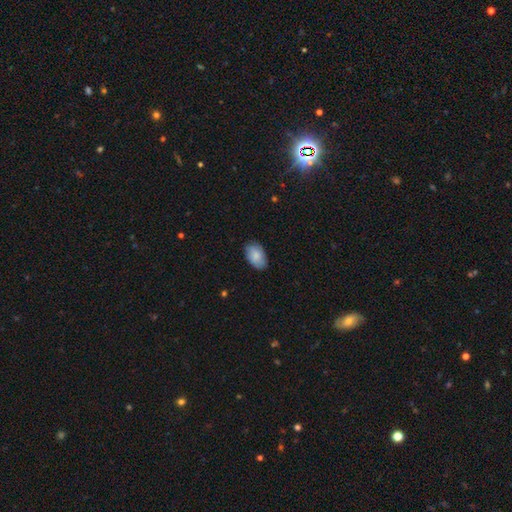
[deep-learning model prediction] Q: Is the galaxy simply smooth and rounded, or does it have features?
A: smooth — 85%.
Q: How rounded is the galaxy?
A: in between — 92%.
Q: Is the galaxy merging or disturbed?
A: none — 80%.